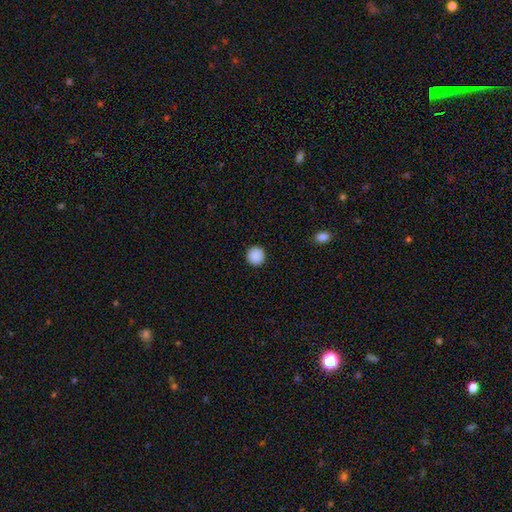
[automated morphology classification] This is clearly a smooth galaxy (90%). How rounded: clearly round (95%). Merging: clearly none (93%).